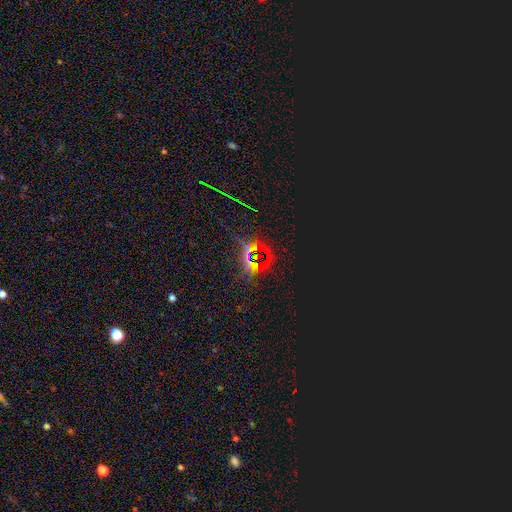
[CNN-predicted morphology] A star or artifact, not a galaxy (81%).